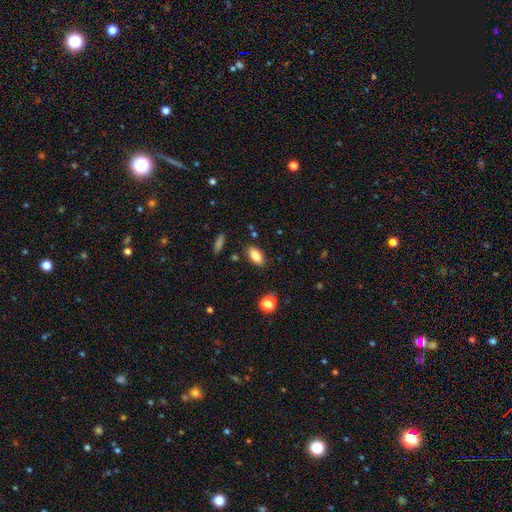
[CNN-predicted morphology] smooth_or_featured: smooth (p=0.83) [alt: featured or disk p=0.08]
how_rounded: in between (p=0.87) [alt: cigar-shaped p=0.09]
merging: none (p=0.85) [alt: minor disturbance p=0.10]